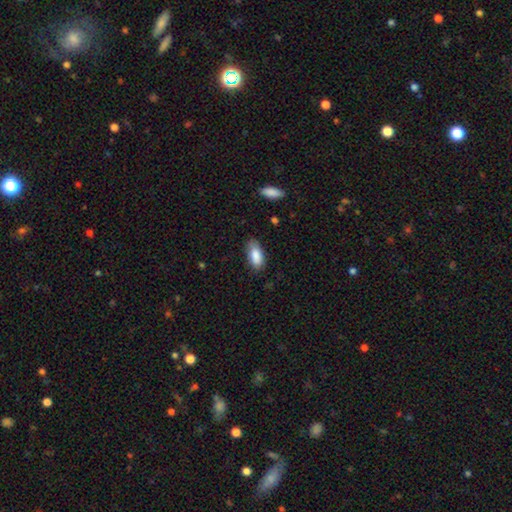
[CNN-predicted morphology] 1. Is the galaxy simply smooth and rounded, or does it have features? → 86% smooth, 8% featured or disk, 7% star or artifact.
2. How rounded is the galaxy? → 90% in between, 8% cigar-shaped, 2% round.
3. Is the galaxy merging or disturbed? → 75% none, 20% minor disturbance, 4% major disturbance, 1% merger.